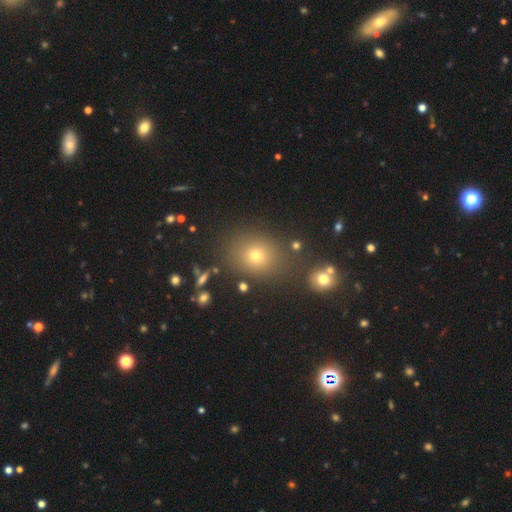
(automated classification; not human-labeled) Smooth or featured: smooth — 69% (star or artifact — 21%)
How rounded: round — 65% (in between — 34%)
Merging: none — 82% (minor disturbance — 9%)